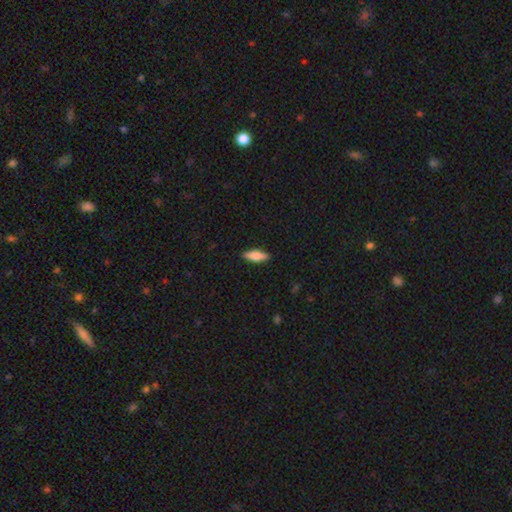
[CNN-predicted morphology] smooth 71%, featured or disk 22%, star or artifact 6%. Down the decision tree: how rounded — in between (56%); merging — none (89%).